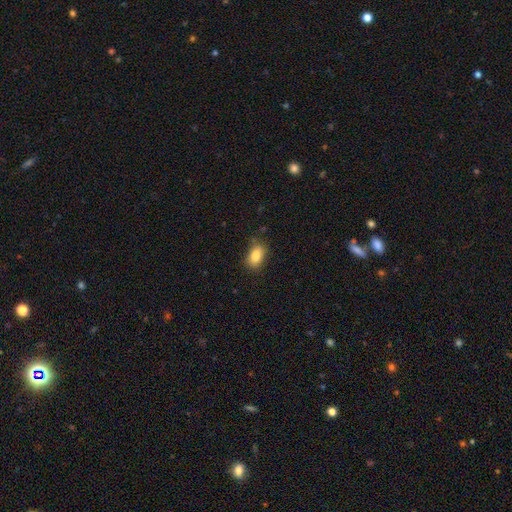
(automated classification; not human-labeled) A smooth galaxy with no disk features (86%) that is in between round and cigar-shaped (87%). Merging: none (76%).